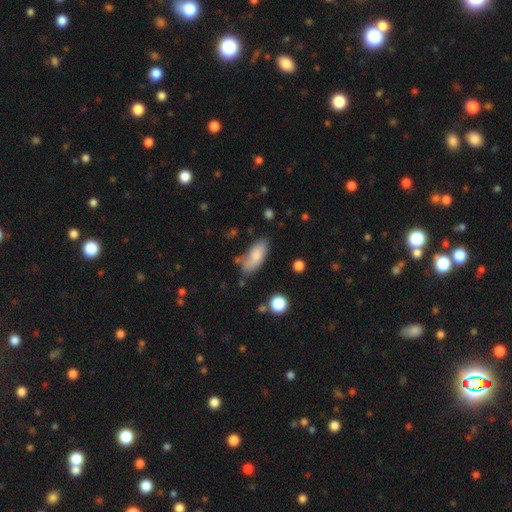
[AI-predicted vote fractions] The model was most divided on "merging": none: 64%, minor disturbance: 23%, merger: 7%, major disturbance: 6%. More confident: how rounded — in between (83%); smooth or featured — smooth (79%).